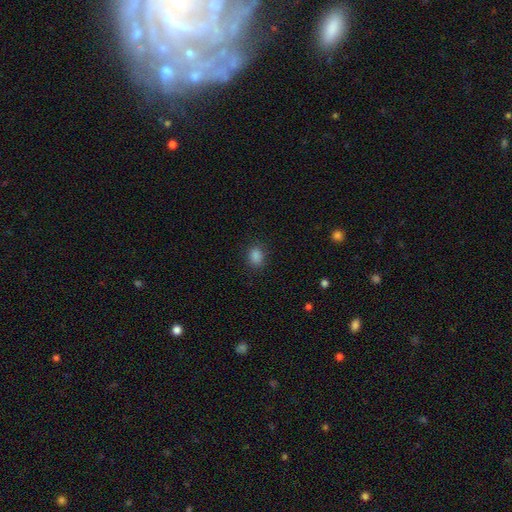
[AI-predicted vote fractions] This appears to be a smooth galaxy with no disk features (84%) that is in between round and cigar-shaped (51%). Merging: none (85%).